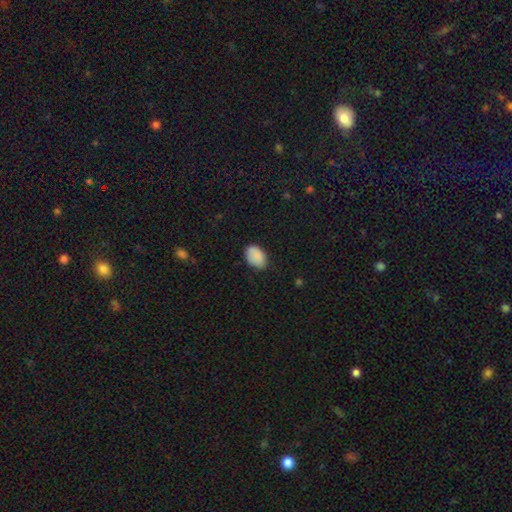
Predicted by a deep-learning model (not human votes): Smooth or featured? smooth (87%)
How rounded? in between (84%)
Merging? none (77%)